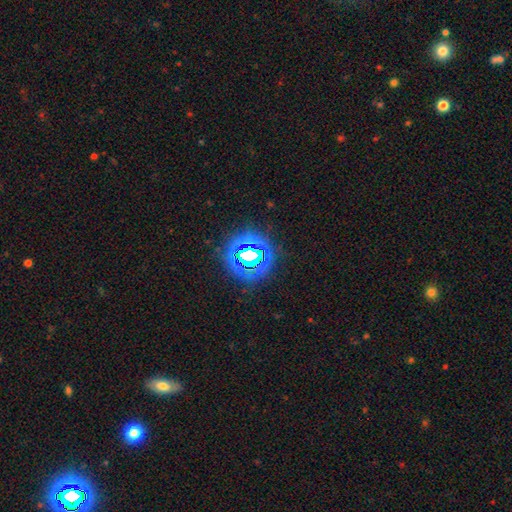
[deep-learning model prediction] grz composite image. It shows a star or artifact, not a galaxy (69%).